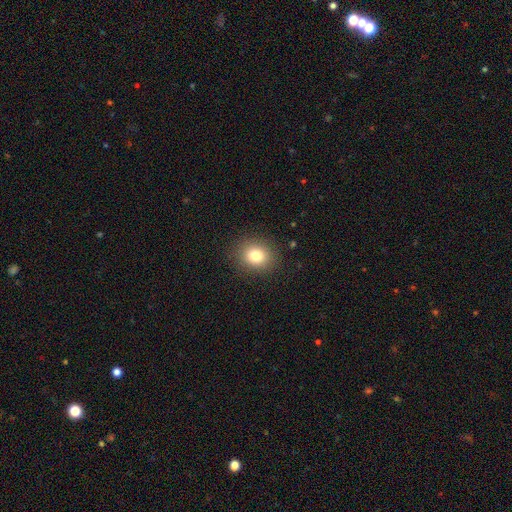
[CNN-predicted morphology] A smooth galaxy with no disk features (80%) that is round (68%). Merging: none (88%).